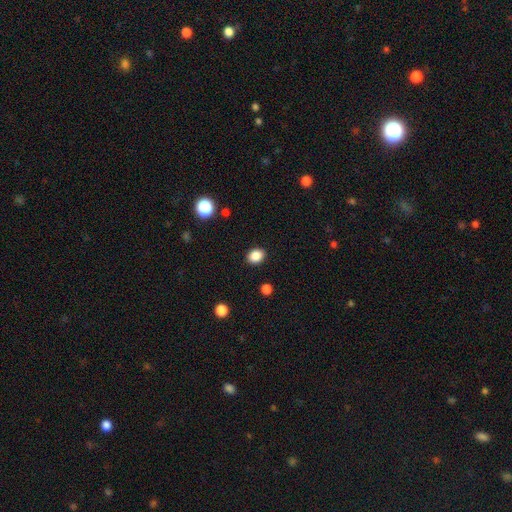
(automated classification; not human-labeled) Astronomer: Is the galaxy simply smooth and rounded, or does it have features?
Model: smooth — 87%.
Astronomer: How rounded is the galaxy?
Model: in between — 62%.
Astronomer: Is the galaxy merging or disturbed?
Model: none — 90%.